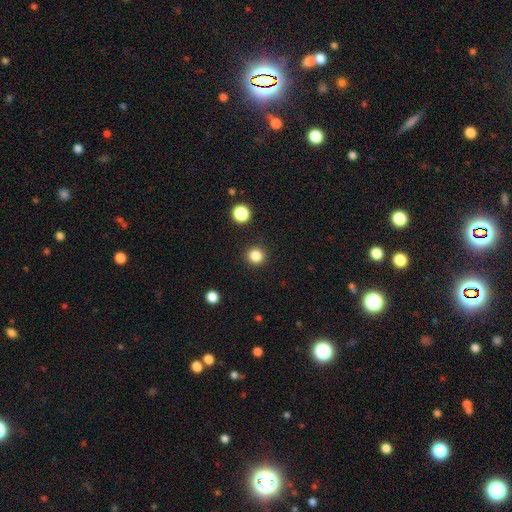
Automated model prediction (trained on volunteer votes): Morphology: type=smooth (84%); roundness=round (93%); merging=none (91%).